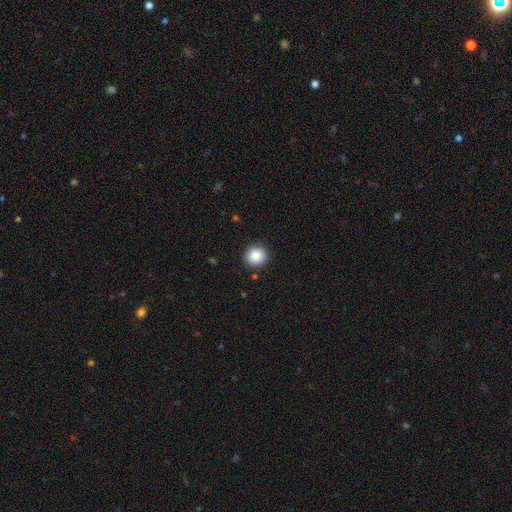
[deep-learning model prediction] The model was most divided on "smooth or featured": smooth: 87%, star or artifact: 9%, featured or disk: 4%. More confident: how rounded — round (93%); merging — none (91%).